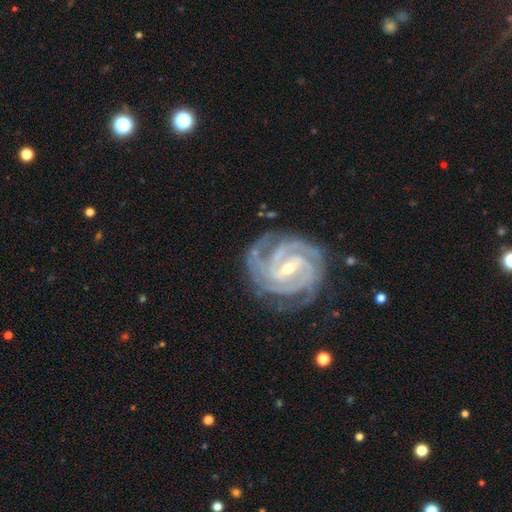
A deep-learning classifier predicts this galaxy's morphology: Smooth or featured? Predicted: featured or disk (p=0.93). Edge-on disk? Predicted: no (p=0.98). Bar? Predicted: strong (p=0.46). Spiral arms? Predicted: yes (p=0.99). Spiral winding? Predicted: tight (p=0.72). Spiral arm count? Predicted: 3 (p=0.41). Bulge size? Predicted: small (p=0.51). Merging? Predicted: none (p=0.75).